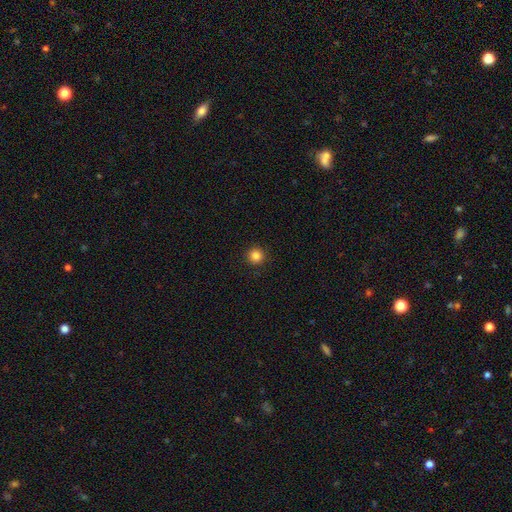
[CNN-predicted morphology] Overall: smooth (85%). How rounded: round (96%). Merging: none (93%).